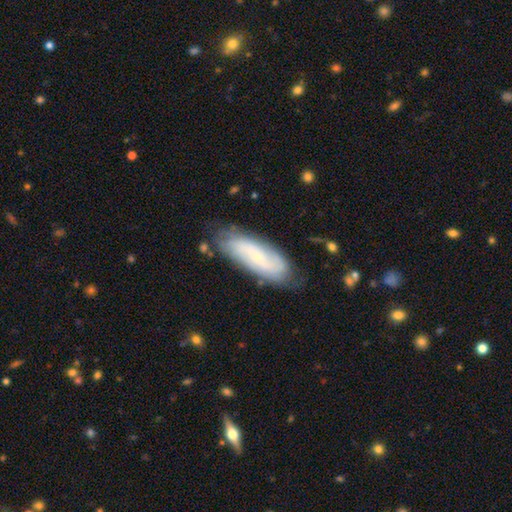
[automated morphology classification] A featured or disk galaxy (48%). Merging: none (74%).